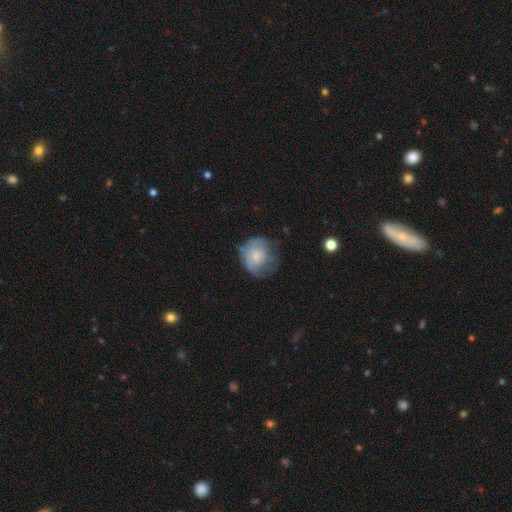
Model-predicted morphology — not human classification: smooth_or_featured: smooth (p=0.59) [alt: featured or disk p=0.34]
how_rounded: round (p=0.76) [alt: in between p=0.23]
merging: none (p=0.42) [alt: minor disturbance p=0.33]